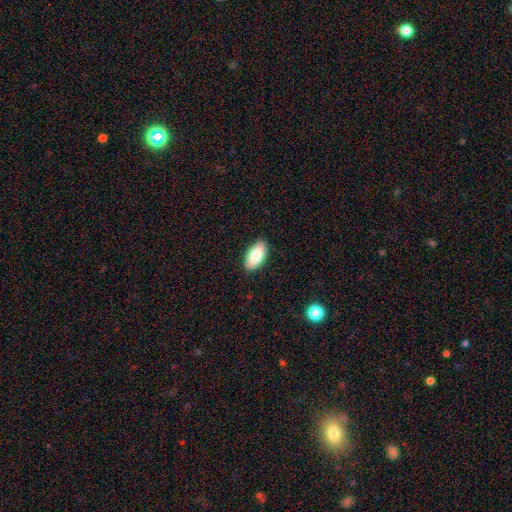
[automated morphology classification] This appears to be a smooth galaxy with no disk features (82%) that is in between round and cigar-shaped (94%). Merging: none (90%).